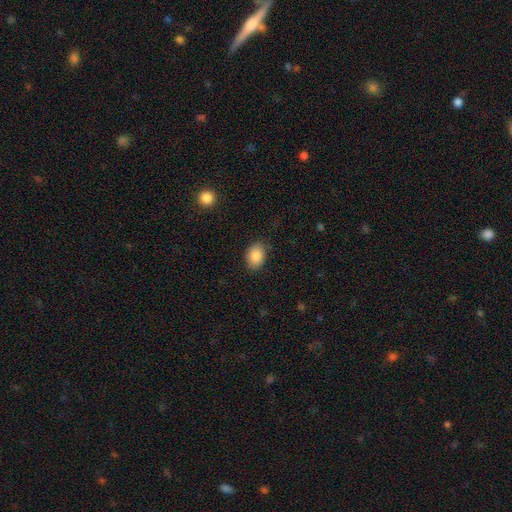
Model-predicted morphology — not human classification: Smooth or featured: smooth — 88% (star or artifact — 7%)
How rounded: in between — 77% (round — 22%)
Merging: none — 83% (minor disturbance — 13%)